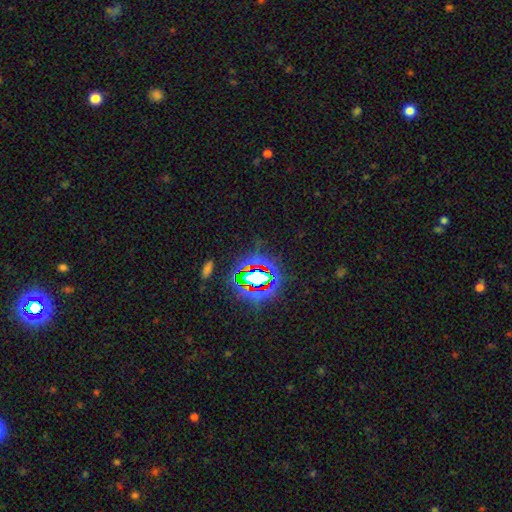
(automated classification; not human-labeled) Overall: star or artifact (79%).